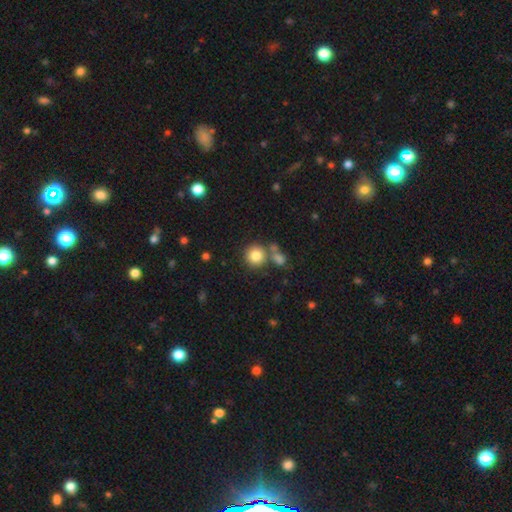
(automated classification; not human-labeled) smooth 82%, star or artifact 10%, featured or disk 8%. Down the decision tree: how rounded — round (92%); merging — none (67%).